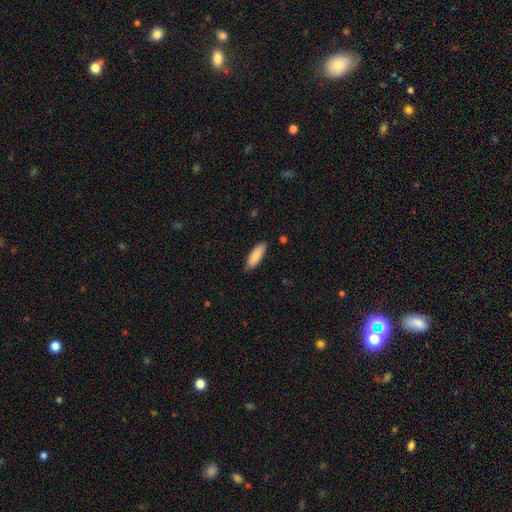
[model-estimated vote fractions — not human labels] Smooth or featured? smooth (87%)
How rounded? in between (56%)
Merging? none (85%)